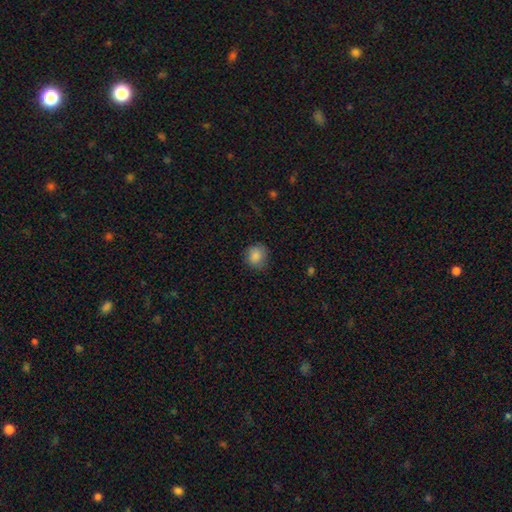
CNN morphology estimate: Smooth or featured?
  - smooth: 86% *
  - star or artifact: 9%
  - featured or disk: 5%
How rounded?
  - round: 78% *
  - in between: 21%
  - cigar-shaped: 1%
Merging?
  - none: 76% *
  - minor disturbance: 19%
  - major disturbance: 4%
  - merger: 1%